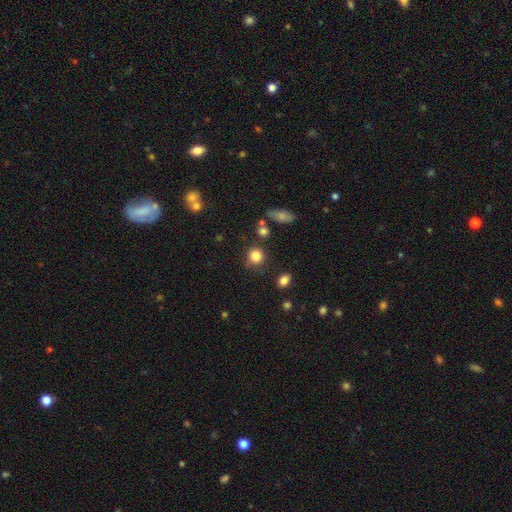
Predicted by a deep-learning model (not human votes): smooth-or-featured: smooth: 83% | star or artifact: 11% | featured or disk: 5%
  how-rounded: round: 86% | in between: 12% | cigar-shaped: 1%
  merging: none: 76% | minor disturbance: 13% | merger: 7% | major disturbance: 4%